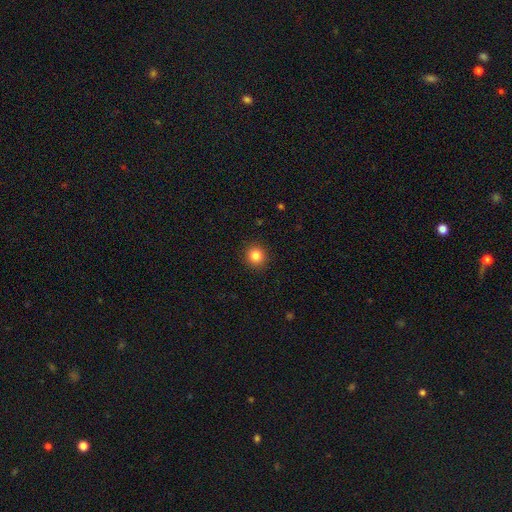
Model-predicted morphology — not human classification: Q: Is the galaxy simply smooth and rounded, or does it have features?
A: smooth — 84%.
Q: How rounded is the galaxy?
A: round — 92%.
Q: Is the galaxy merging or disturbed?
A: none — 92%.